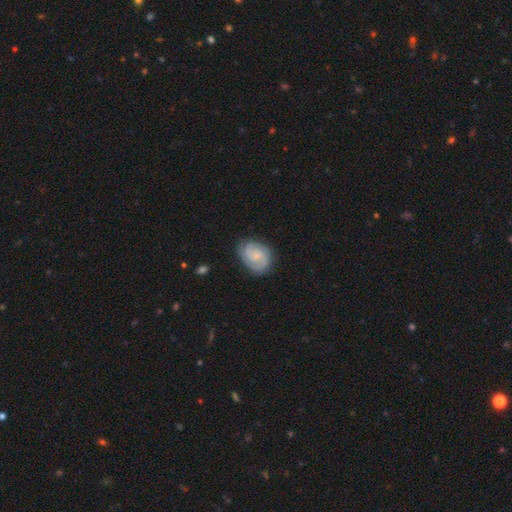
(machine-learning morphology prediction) Q: Smooth or featured?
A: featured or disk (74%); runner-up: smooth (20%)
Q: Edge-on disk?
A: no (98%); runner-up: yes (2%)
Q: Bar?
A: no (60%); runner-up: weak (36%)
Q: Spiral arms?
A: yes (95%); runner-up: no (5%)
Q: Spiral winding?
A: medium (44%); runner-up: tight (43%)
Q: Spiral arm count?
A: 2 (67%); runner-up: can't tell (13%)
Q: Bulge size?
A: small (69%); runner-up: moderate (18%)
Q: Merging?
A: none (77%); runner-up: minor disturbance (17%)